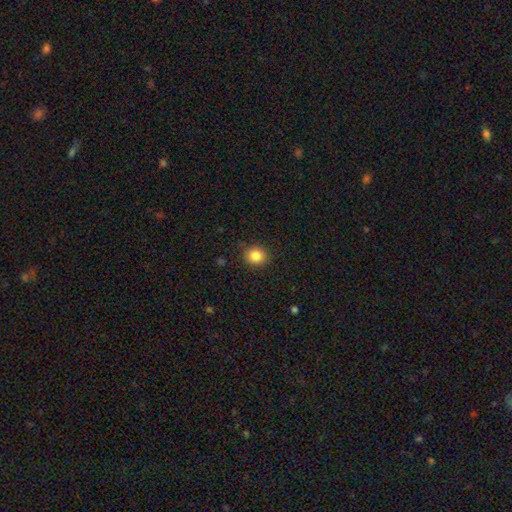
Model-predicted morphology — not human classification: Smooth or featured? smooth (85%)
How rounded? round (86%)
Merging? none (89%)